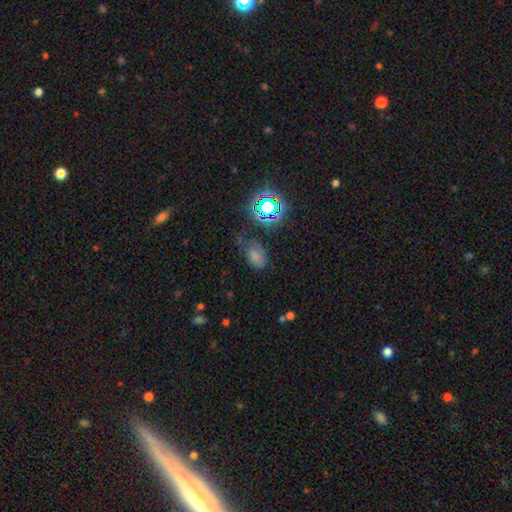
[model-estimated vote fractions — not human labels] smooth 64%, star or artifact 25%, featured or disk 11%. Down the decision tree: how rounded — in between (84%); merging — none (49%).